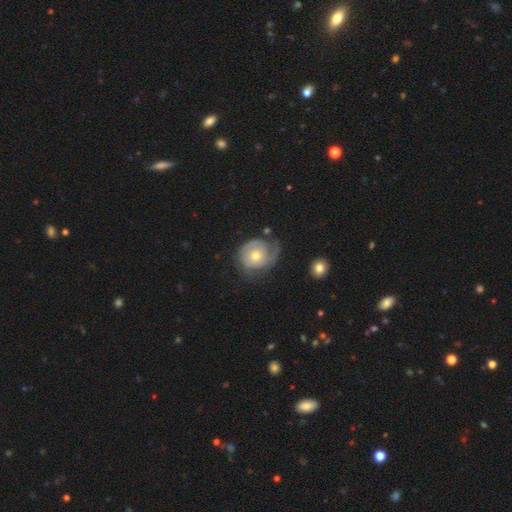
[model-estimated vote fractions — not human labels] Overall: featured or disk (69%). Edge-on disk: no (97%). Bar: no (81%). Spiral arms: yes (86%). Spiral arm count: 2 (40%; can't tell 24%). Spiral winding: tight (56%; medium 29%). Bulge size: moderate (54%; small 41%). Merging: none (50%; minor disturbance 27%).